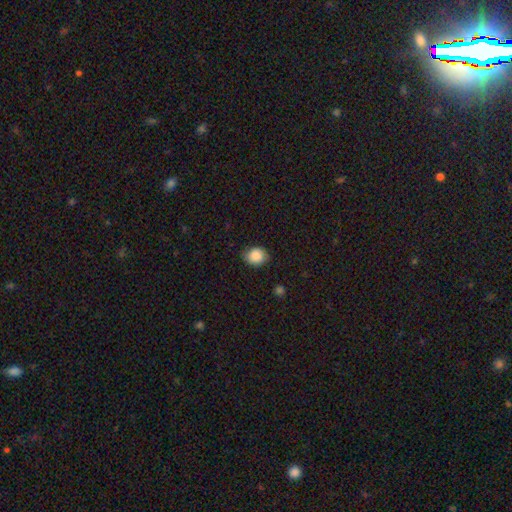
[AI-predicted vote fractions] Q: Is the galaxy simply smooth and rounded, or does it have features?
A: smooth — 86%.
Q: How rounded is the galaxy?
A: round — 59%.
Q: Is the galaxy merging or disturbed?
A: none — 77%.